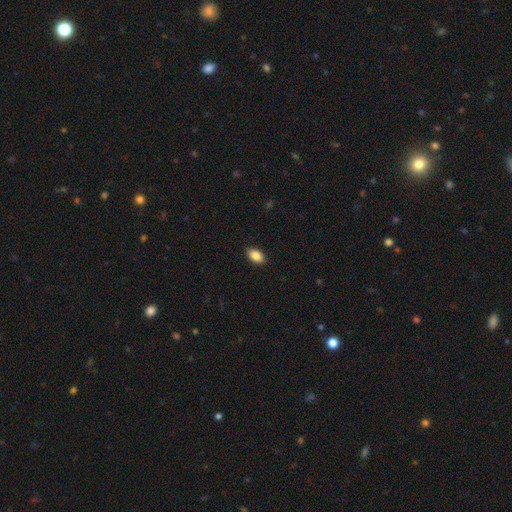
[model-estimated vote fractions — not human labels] Smooth or featured: smooth — 88% (star or artifact — 8%)
How rounded: in between — 91% (round — 7%)
Merging: none — 89% (minor disturbance — 8%)